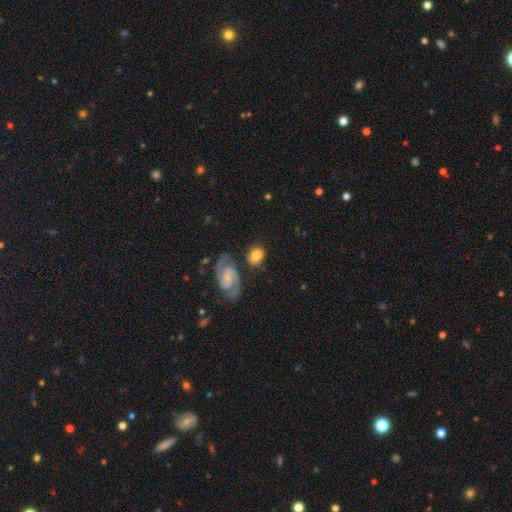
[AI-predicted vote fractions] A smooth galaxy with no disk features (60%) that is round (51%).

Vote fractions:
- Smooth or featured? smooth: 60% / featured or disk: 32% / star or artifact: 8%
- How rounded? round: 51% / in between: 47% / cigar-shaped: 2%
- Merging? none: 66% / minor disturbance: 15% / merger: 13% / major disturbance: 5%